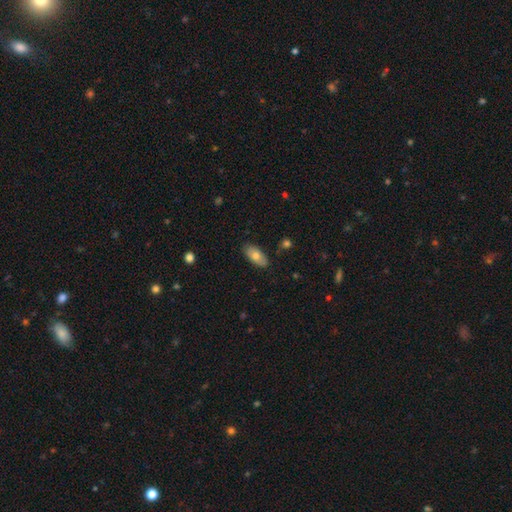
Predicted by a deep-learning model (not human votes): A smooth galaxy with no disk features (71%) that is in between round and cigar-shaped (90%).

Vote fractions:
- Smooth or featured? smooth: 71% / featured or disk: 23% / star or artifact: 7%
- How rounded? in between: 90% / cigar-shaped: 7% / round: 3%
- Merging? none: 84% / minor disturbance: 12% / major disturbance: 2% / merger: 1%